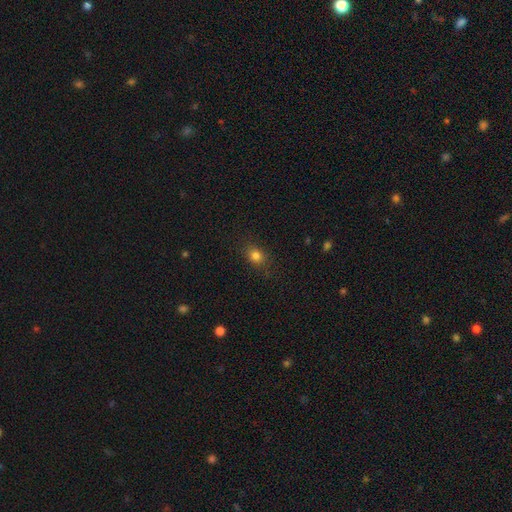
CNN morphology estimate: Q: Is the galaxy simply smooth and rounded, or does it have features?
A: smooth — 80%.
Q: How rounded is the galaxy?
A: round — 51%.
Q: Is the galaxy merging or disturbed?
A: none — 84%.